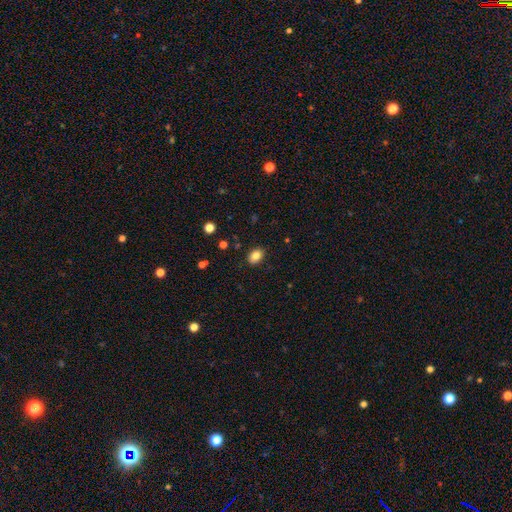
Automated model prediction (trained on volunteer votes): Overall: smooth (82%). How rounded: in between (73%). Merging: none (86%).